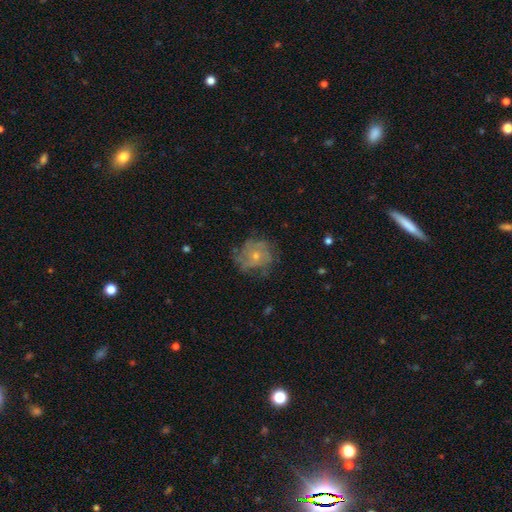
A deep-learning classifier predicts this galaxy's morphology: This appears to be a featured or disk galaxy (63%) with no bar (85%), spiral arms (74%) and a small central bulge (66%). Merging: none (63%).